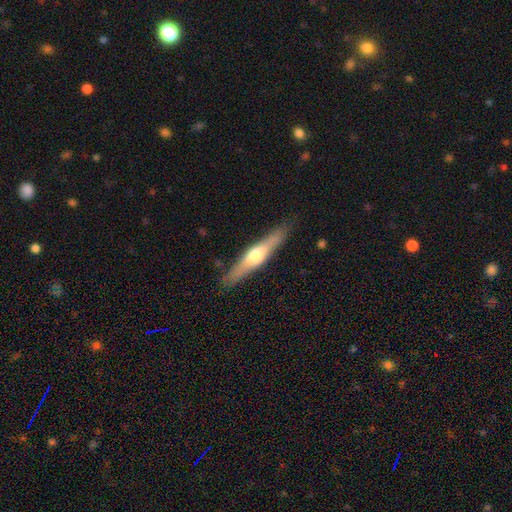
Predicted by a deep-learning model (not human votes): smooth-or-featured: featured or disk: 58% | smooth: 37% | star or artifact: 5%
  disk-edge-on: yes: 94% | no: 6%
    edge-on-bulge: rounded: 90% | boxy: 5% | none: 5%
  merging: none: 87% | minor disturbance: 9% | major disturbance: 2% | merger: 1%